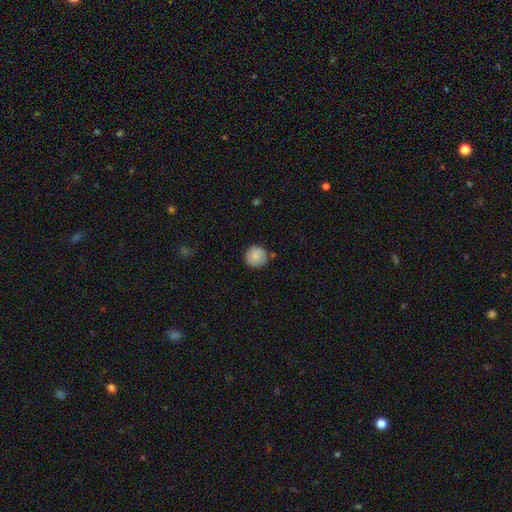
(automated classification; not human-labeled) Smooth or featured?
  - smooth: 82% *
  - featured or disk: 11%
  - star or artifact: 7%
How rounded?
  - round: 94% *
  - in between: 5%
  - cigar-shaped: 1%
Merging?
  - none: 83% *
  - minor disturbance: 12%
  - merger: 3%
  - major disturbance: 2%